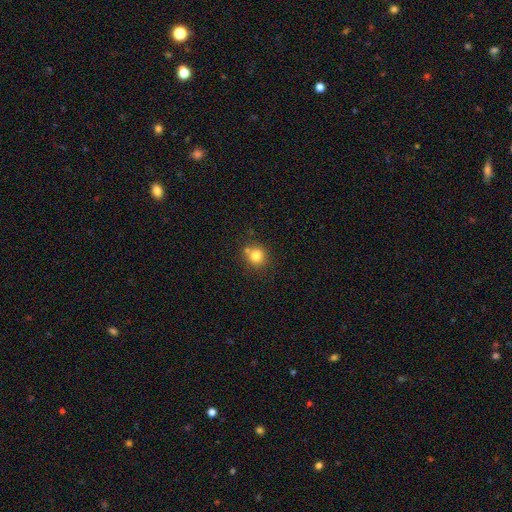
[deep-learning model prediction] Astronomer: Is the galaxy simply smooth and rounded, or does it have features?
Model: smooth — 80%.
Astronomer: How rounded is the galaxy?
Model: round — 88%.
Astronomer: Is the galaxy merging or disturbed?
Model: none — 68%.